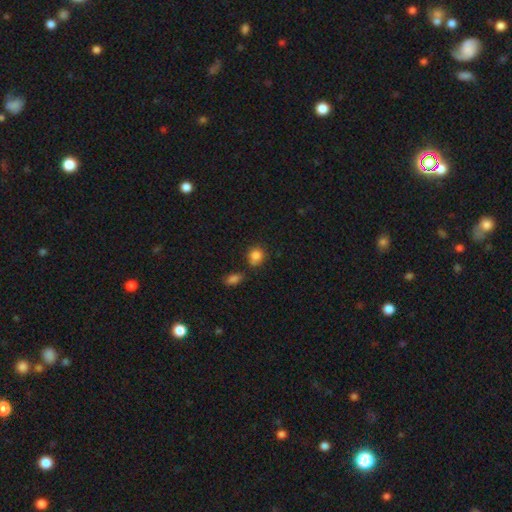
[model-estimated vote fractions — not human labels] Smooth or featured? smooth (84%)
How rounded? round (74%)
Merging? none (66%)